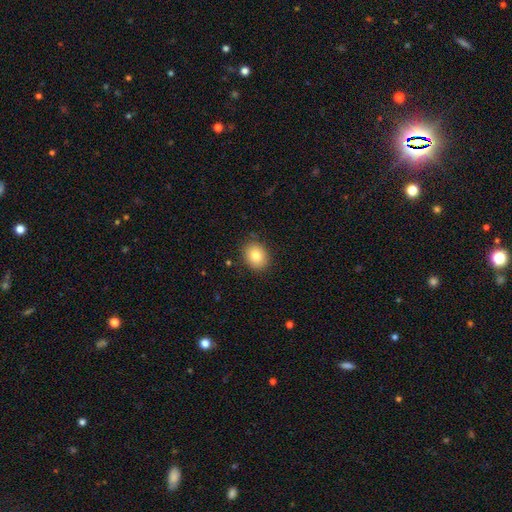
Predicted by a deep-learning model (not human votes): smooth-or-featured: smooth: 82% | star or artifact: 9% | featured or disk: 9%
  how-rounded: round: 56% | in between: 44% | cigar-shaped: 1%
  merging: none: 87% | minor disturbance: 10% | major disturbance: 2% | merger: 1%